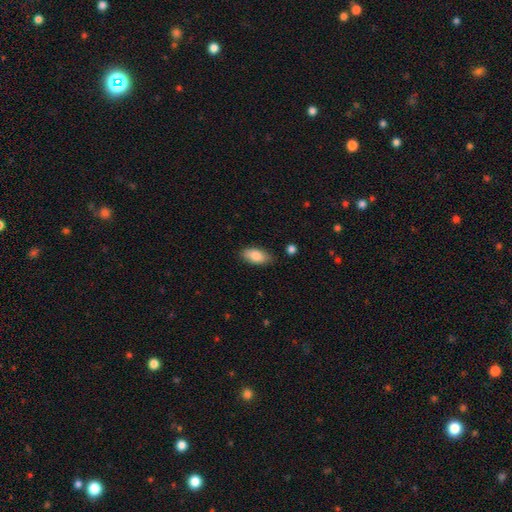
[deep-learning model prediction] Smooth or featured: smooth — 85% (featured or disk — 9%)
How rounded: in between — 91% (cigar-shaped — 7%)
Merging: none — 84% (minor disturbance — 12%)